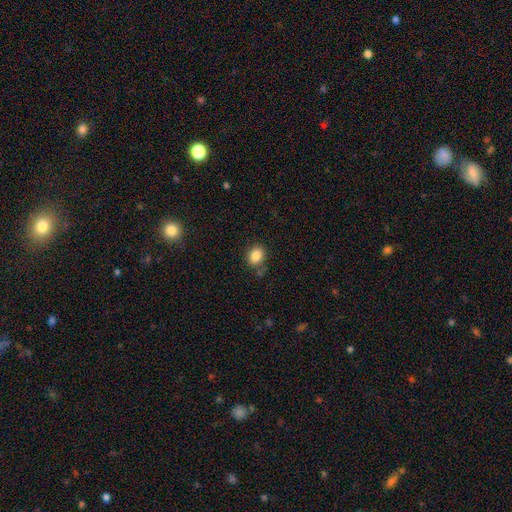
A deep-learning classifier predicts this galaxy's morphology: type=smooth (84%); roundness=in between (55%); merging=none (77%).